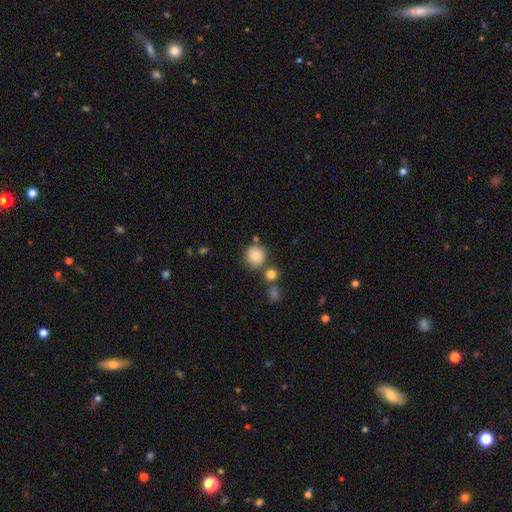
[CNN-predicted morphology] type=smooth (86%); roundness=round (90%); merging=none (70%).